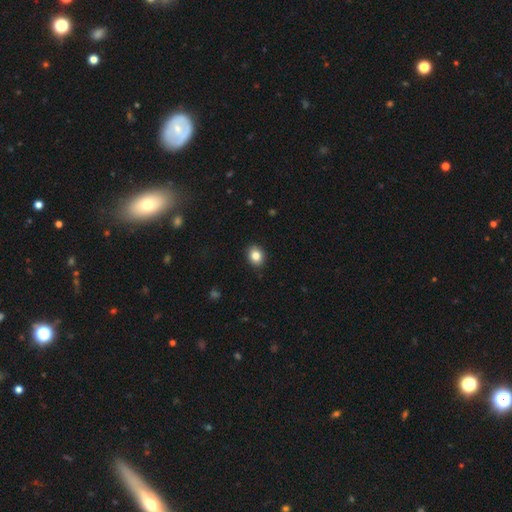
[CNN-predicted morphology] smooth-or-featured: smooth: 83% | star or artifact: 10% | featured or disk: 7%
  how-rounded: round: 54% | in between: 45% | cigar-shaped: 1%
  merging: none: 89% | minor disturbance: 8% | major disturbance: 2% | merger: 1%